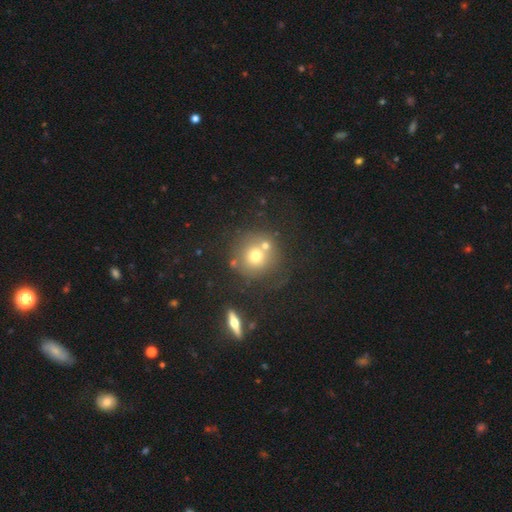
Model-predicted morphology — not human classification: This appears to be a smooth galaxy with no disk features (66%) that is round (91%). Merging: none (58%).